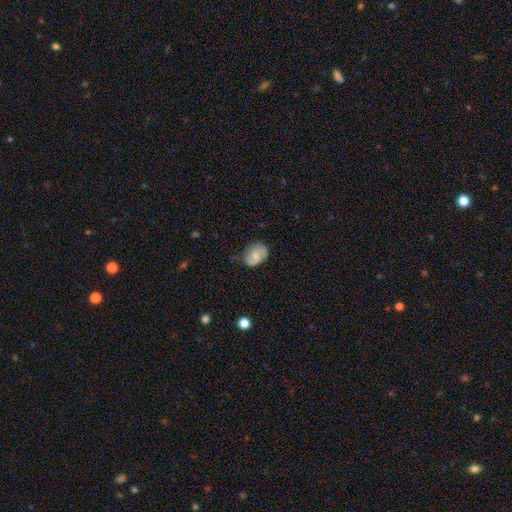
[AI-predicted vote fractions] The model was most divided on "smooth or featured": smooth: 57%, featured or disk: 35%, star or artifact: 8%. More confident: how rounded — in between (61%); merging — none (60%).